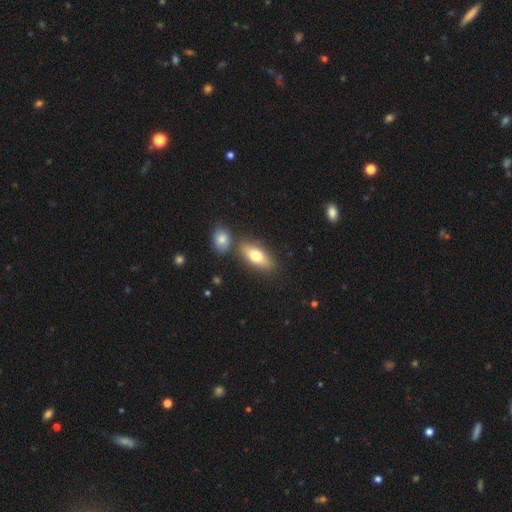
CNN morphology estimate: Smooth or featured? smooth (68%)
How rounded? in between (75%)
Merging? none (71%)